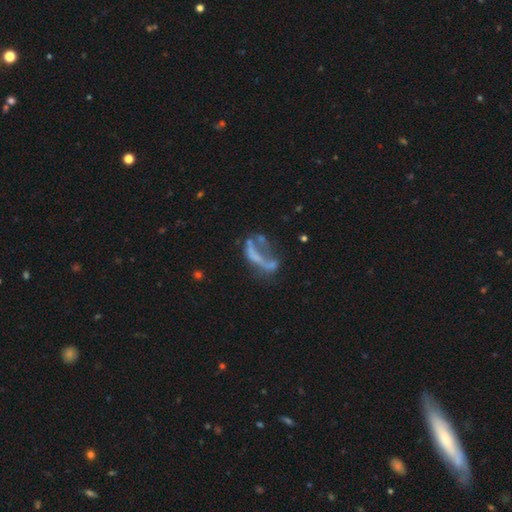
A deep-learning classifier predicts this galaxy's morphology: This appears to be a featured or disk galaxy (53%). Merging: major disturbance (39%).